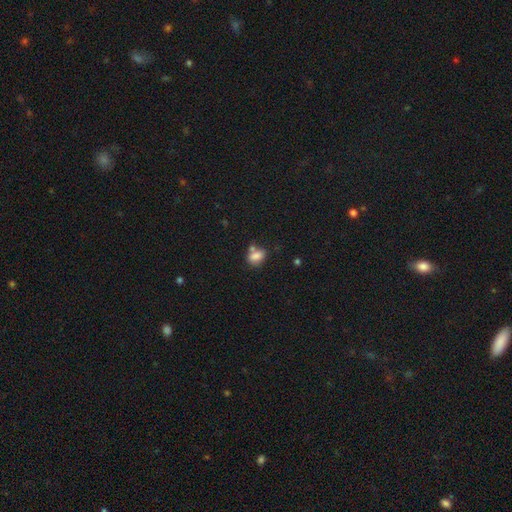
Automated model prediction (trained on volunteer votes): The model was most divided on "merging": none: 47%, merger: 30%, minor disturbance: 17%, major disturbance: 6%. More confident: smooth or featured — smooth (79%); how rounded — in between (72%).